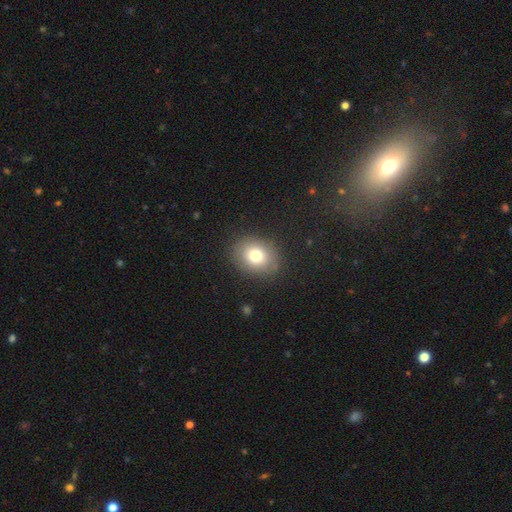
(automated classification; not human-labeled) Smooth or featured? Predicted: smooth (p=0.76). How rounded? Predicted: round (p=0.56). Merging? Predicted: none (p=0.85).